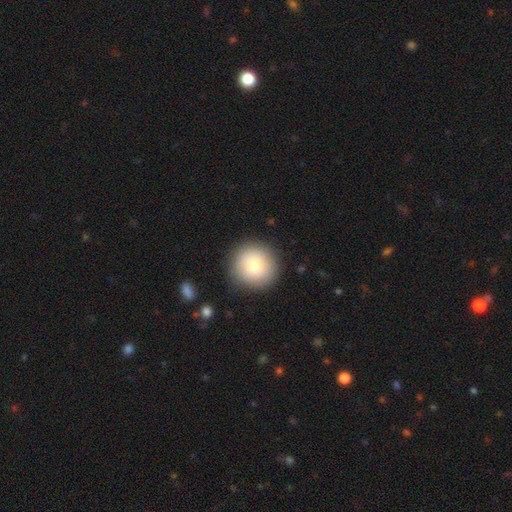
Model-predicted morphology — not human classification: Overall: smooth (77%). How rounded: round (96%). Merging: none (91%).